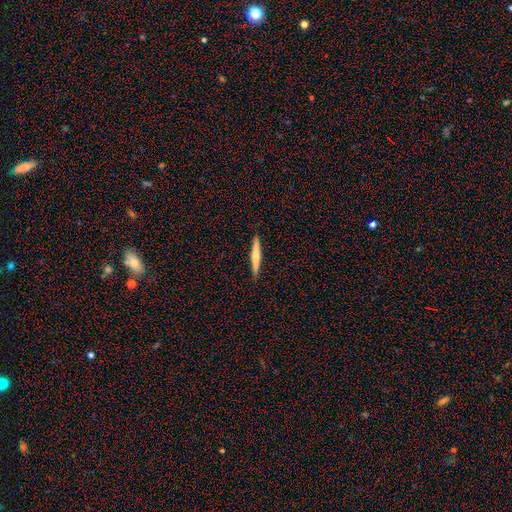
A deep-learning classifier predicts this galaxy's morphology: A smooth galaxy with no disk features (55%) that is cigar-shaped (95%). Merging: none (91%).